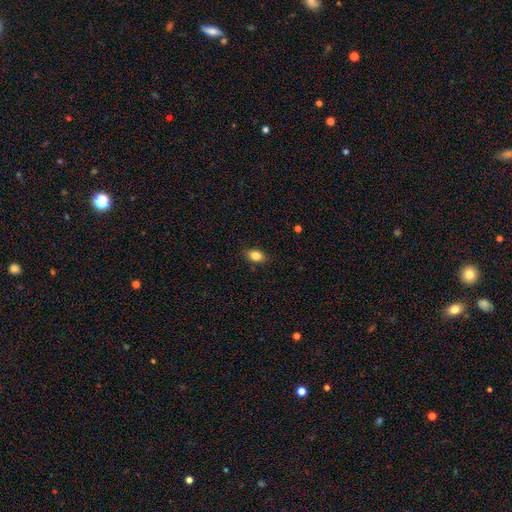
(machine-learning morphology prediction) A smooth galaxy with no disk features (84%) that is in between round and cigar-shaped (85%).

Vote fractions:
- Smooth or featured? smooth: 84% / star or artifact: 9% / featured or disk: 8%
- How rounded? in between: 85% / round: 13% / cigar-shaped: 2%
- Merging? none: 87% / minor disturbance: 10% / major disturbance: 2% / merger: 1%